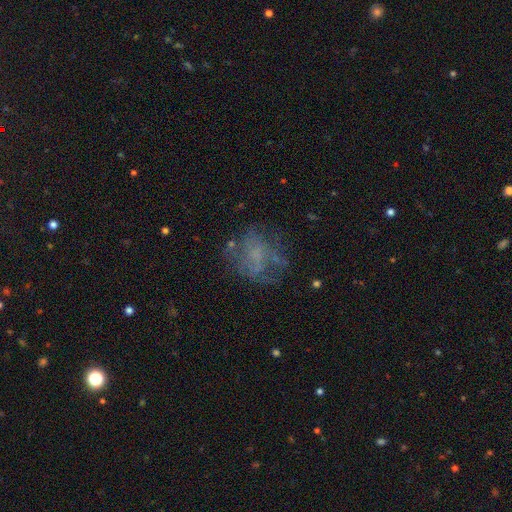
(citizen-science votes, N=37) A featured or disk galaxy (49%) with no bar (89%), no spiral arms (61%) and no central bulge (39%). Merging: none (50%).